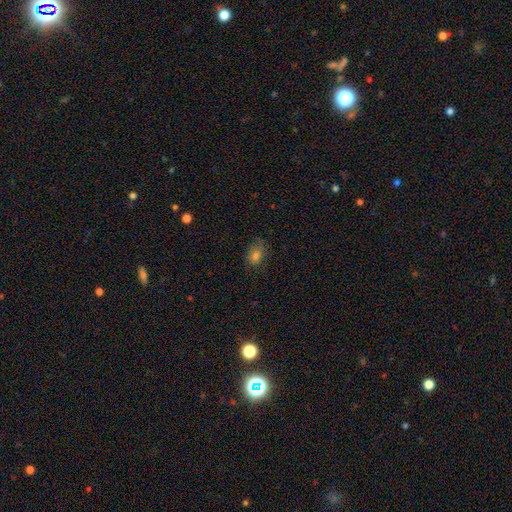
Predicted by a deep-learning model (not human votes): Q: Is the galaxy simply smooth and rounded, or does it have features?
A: smooth — 75%.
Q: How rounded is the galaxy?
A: in between — 70%.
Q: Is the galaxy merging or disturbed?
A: none — 68%.